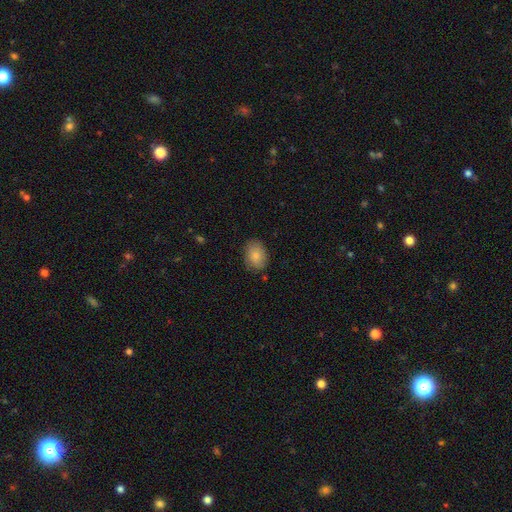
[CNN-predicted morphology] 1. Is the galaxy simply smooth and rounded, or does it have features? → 83% smooth, 10% featured or disk, 8% star or artifact.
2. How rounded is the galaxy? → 70% in between, 29% round, 1% cigar-shaped.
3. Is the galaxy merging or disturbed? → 81% none, 14% minor disturbance, 3% major disturbance, 1% merger.